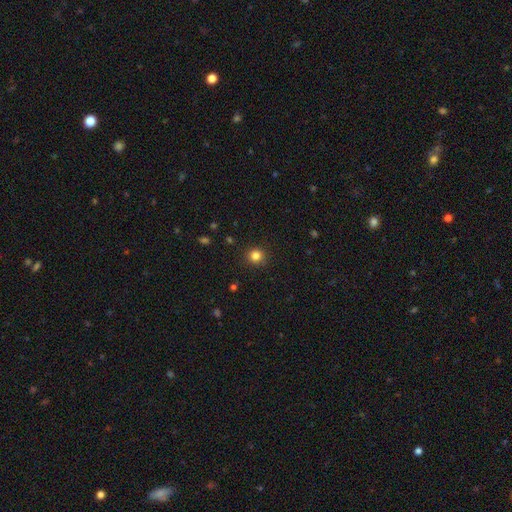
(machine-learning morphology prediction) smooth-or-featured: smooth: 83% | star or artifact: 13% | featured or disk: 4%
  how-rounded: round: 93% | in between: 6% | cigar-shaped: 1%
  merging: none: 91% | minor disturbance: 6% | major disturbance: 2% | merger: 1%